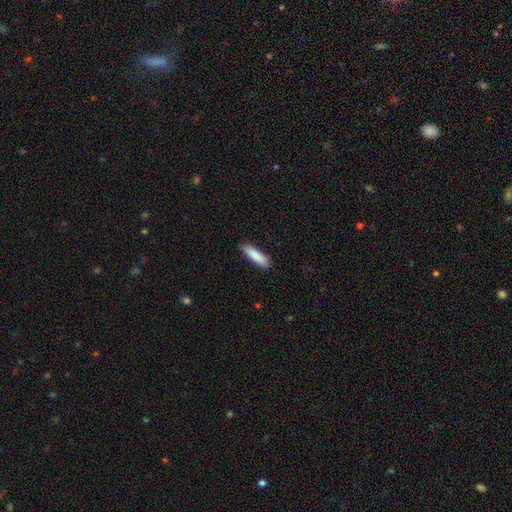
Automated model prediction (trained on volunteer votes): Overall: smooth (87%). How rounded: cigar-shaped (69%; in between 30%). Merging: none (85%).